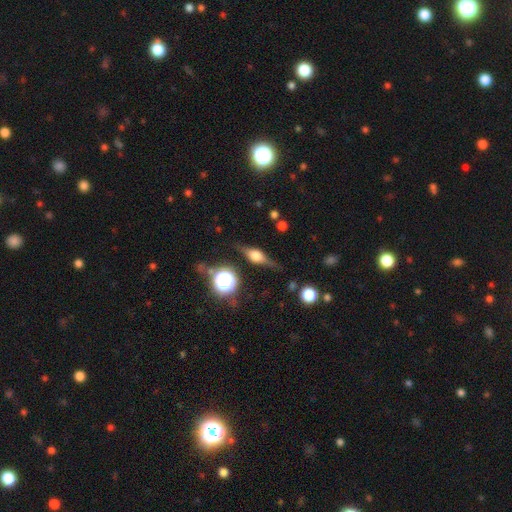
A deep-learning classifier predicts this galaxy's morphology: The model was most divided on "smooth or featured": featured or disk: 64%, smooth: 27%, star or artifact: 10%. More confident: edge-on disk — yes (93%); edge-on bulge — rounded (89%); merging — none (76%).